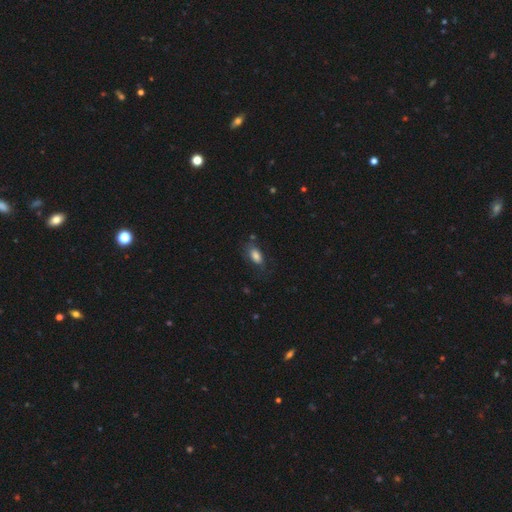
Smooth or featured?
  - smooth: 89% *
  - featured or disk: 5%
  - star or artifact: 5%
How rounded?
  - in between: 91% *
  - round: 6%
  - cigar-shaped: 3%
Merging?
  - none: 57% *
  - minor disturbance: 29%
  - major disturbance: 9%
  - merger: 6%